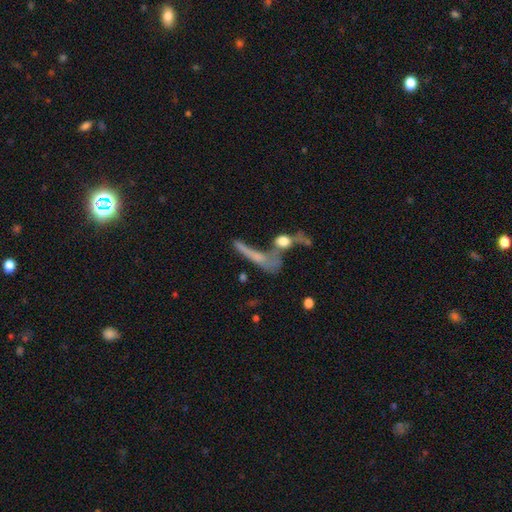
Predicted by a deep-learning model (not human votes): This appears to be a featured or disk galaxy (47%). Merging: merger (43%).